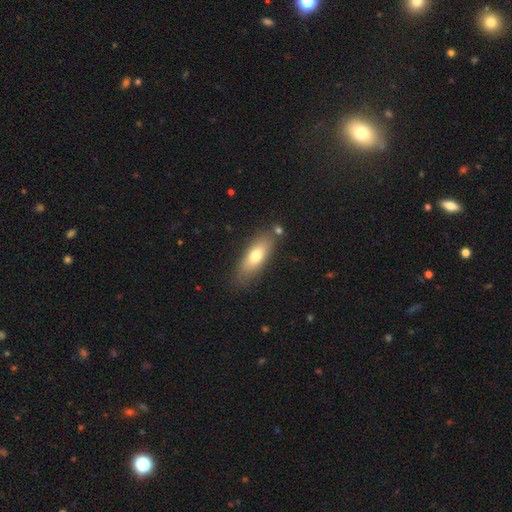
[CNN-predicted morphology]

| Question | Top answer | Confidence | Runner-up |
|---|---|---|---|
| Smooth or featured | smooth | 69% | featured or disk (24%) |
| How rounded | in between | 67% | cigar-shaped (31%) |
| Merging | none | 78% | minor disturbance (13%) |